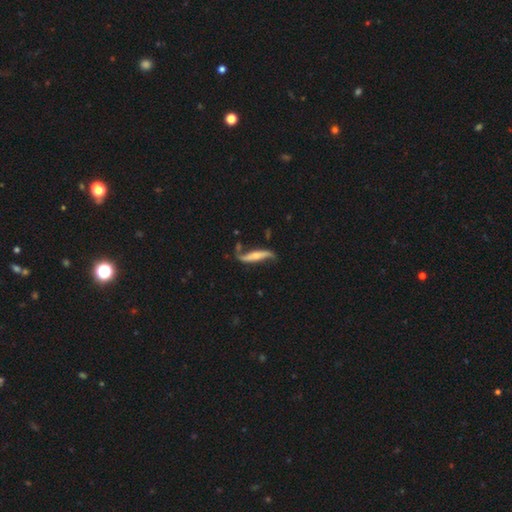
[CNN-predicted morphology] smooth_or_featured: featured or disk (p=0.75) [alt: smooth p=0.20]
disk_edge_on: no (p=0.61) [alt: yes p=0.39]
merging: none (p=0.60) [alt: minor disturbance p=0.23]